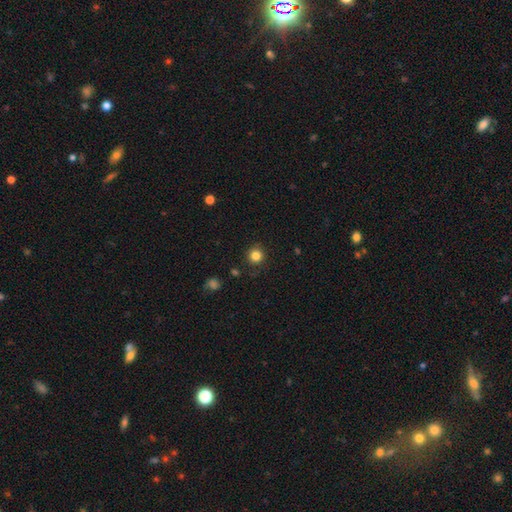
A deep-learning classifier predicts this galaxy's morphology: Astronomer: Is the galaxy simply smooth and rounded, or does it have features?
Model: smooth — 84%.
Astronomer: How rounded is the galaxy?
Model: round — 94%.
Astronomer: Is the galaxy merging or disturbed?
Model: none — 88%.